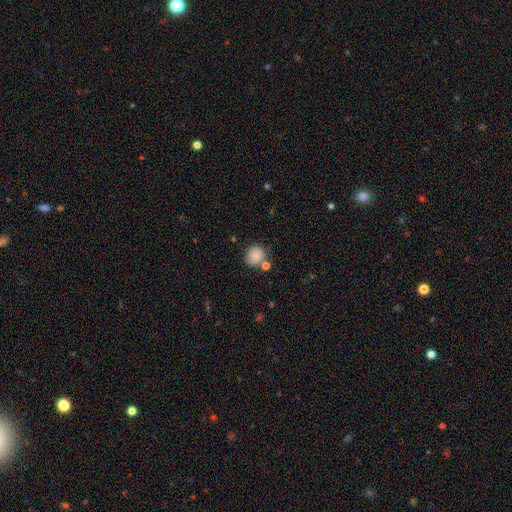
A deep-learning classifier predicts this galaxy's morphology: Smooth or featured? smooth (82%)
How rounded? round (84%)
Merging? none (69%)